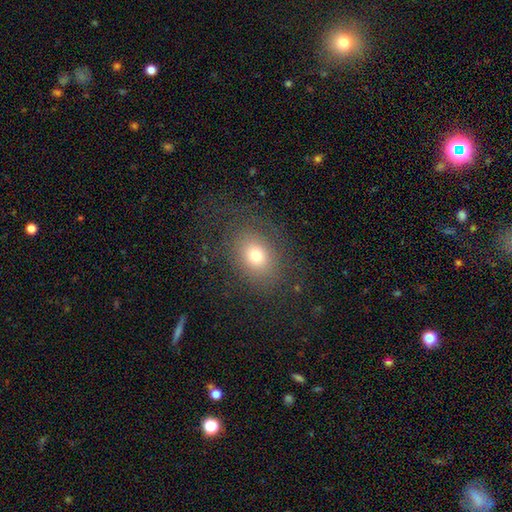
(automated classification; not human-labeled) Smooth or featured: smooth — 69% (featured or disk — 16%)
How rounded: round — 51% (in between — 48%)
Merging: none — 75% (minor disturbance — 13%)